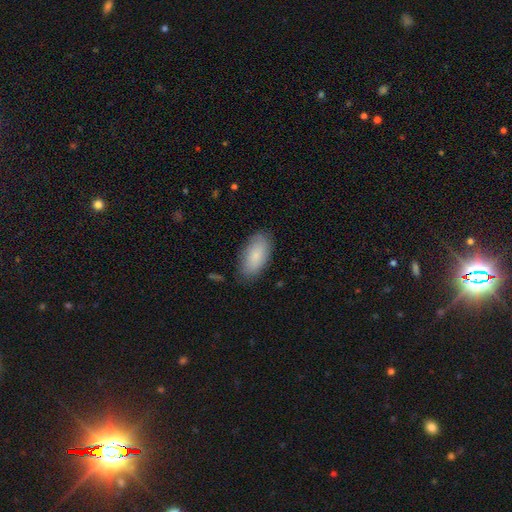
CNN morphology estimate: A smooth galaxy with no disk features (82%) that is in between round and cigar-shaped (93%). Merging: none (82%).